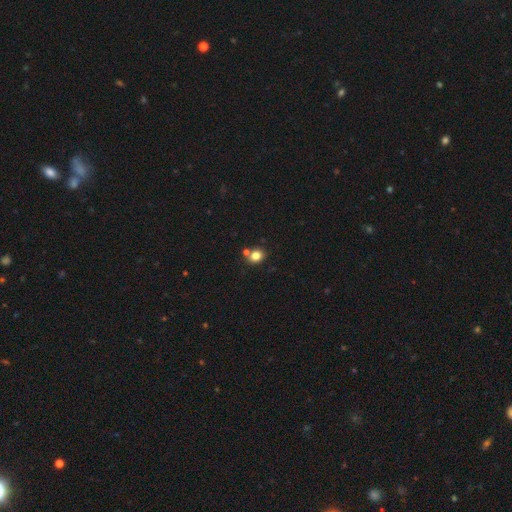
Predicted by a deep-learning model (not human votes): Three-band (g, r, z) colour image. It shows a smooth galaxy with no disk features (81%) that is round (64%). Merging: none (68%).